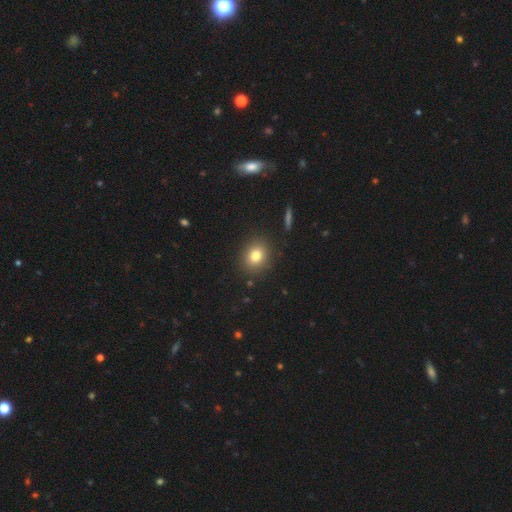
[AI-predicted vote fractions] Smooth or featured? smooth (79%)
How rounded? round (66%)
Merging? none (88%)